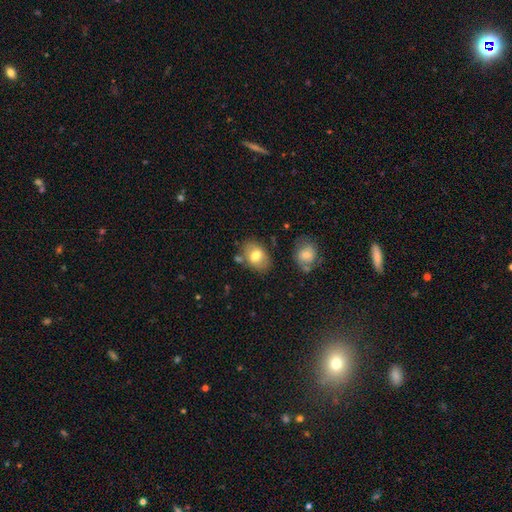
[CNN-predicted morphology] Overall: smooth (75%). How rounded: in between (79%). Merging: none (73%).